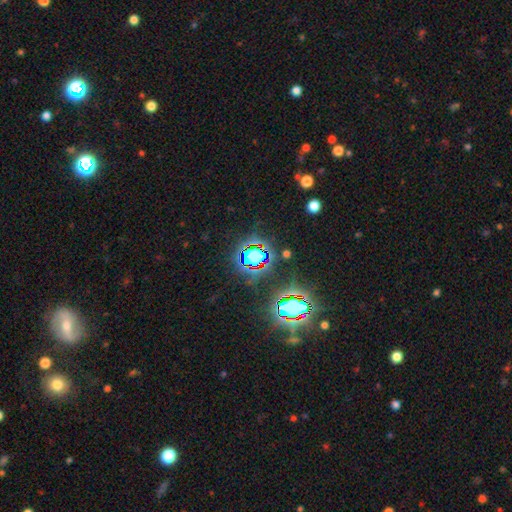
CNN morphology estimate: Smooth or featured? Predicted: star or artifact (p=0.71).